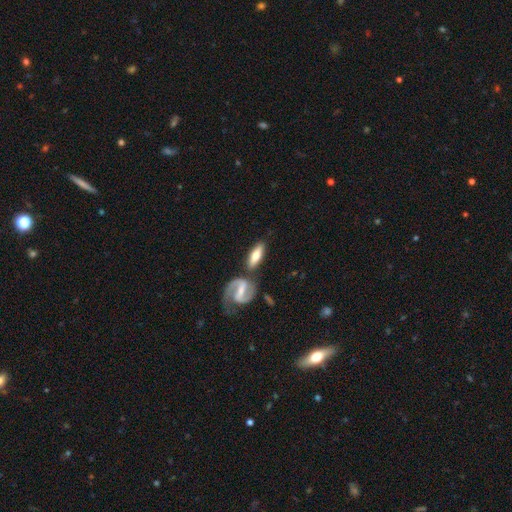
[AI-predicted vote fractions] Overall: smooth (50%; featured or disk 45%). Merging: none (66%).